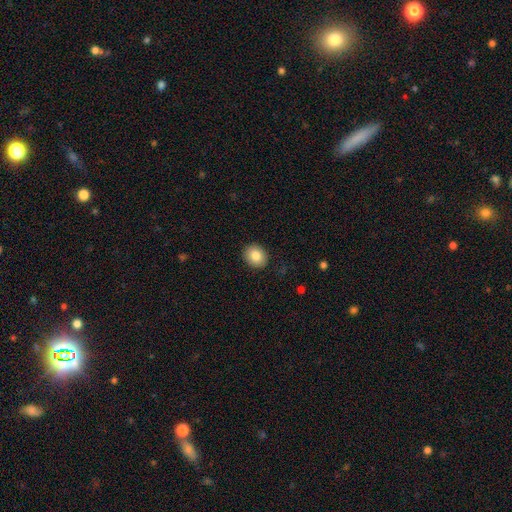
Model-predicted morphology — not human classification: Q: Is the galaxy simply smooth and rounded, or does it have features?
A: smooth — 83%.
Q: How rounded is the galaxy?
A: round — 60%.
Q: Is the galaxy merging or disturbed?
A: none — 90%.